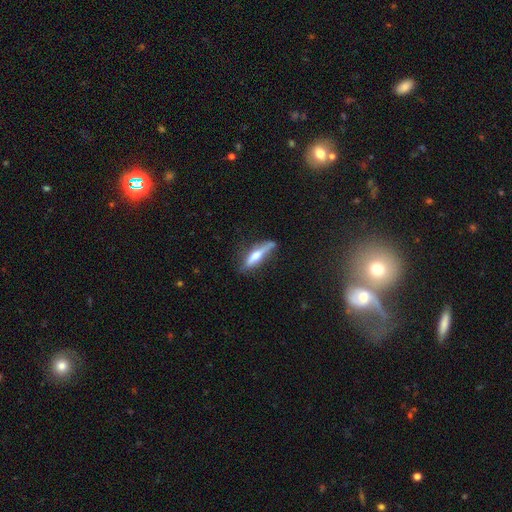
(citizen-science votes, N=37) Smooth or featured? featured or disk (57%)
Edge-on disk? yes (86%)
Edge-on bulge? rounded (89%)
Merging? none (53%)